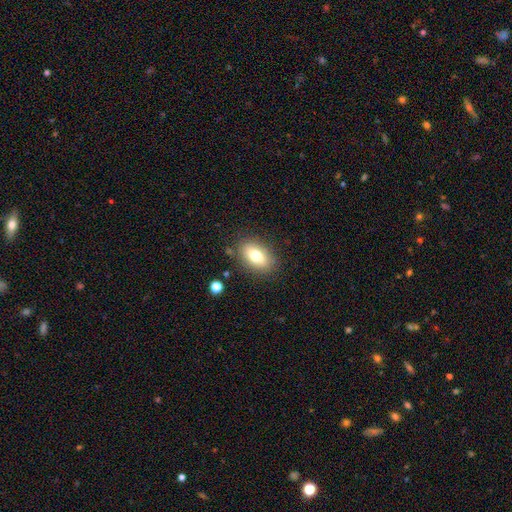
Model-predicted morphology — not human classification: Smooth or featured?
  - smooth: 77% *
  - featured or disk: 15%
  - star or artifact: 9%
How rounded?
  - in between: 88% *
  - round: 9%
  - cigar-shaped: 3%
Merging?
  - none: 83% *
  - minor disturbance: 11%
  - major disturbance: 3%
  - merger: 2%